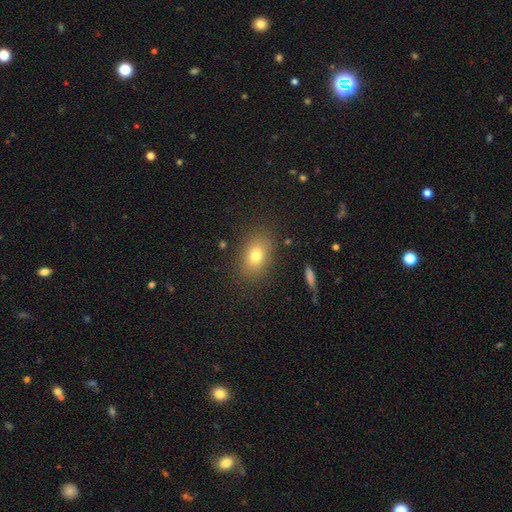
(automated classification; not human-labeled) smooth_or_featured: smooth (p=0.77) [alt: featured or disk p=0.11]
how_rounded: in between (p=0.77) [alt: round p=0.22]
merging: none (p=0.83) [alt: minor disturbance p=0.11]